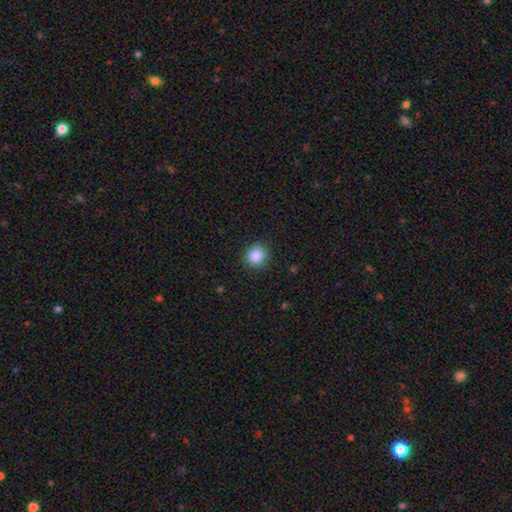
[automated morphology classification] This is clearly a smooth galaxy (88%). How rounded: clearly round (89%). Merging: clearly none (89%).